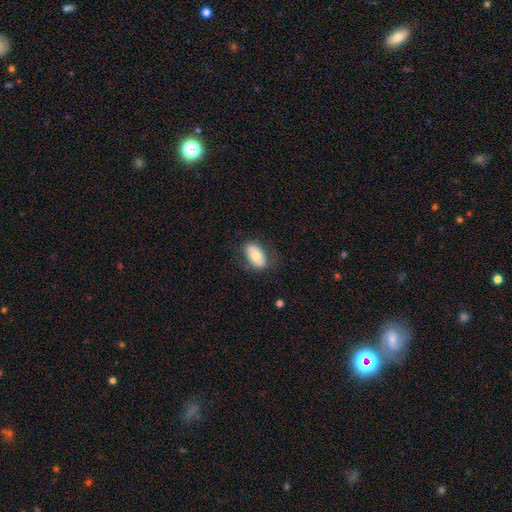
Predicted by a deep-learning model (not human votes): This appears to be a smooth galaxy with no disk features (68%) that is in between round and cigar-shaped (91%). Merging: none (76%).